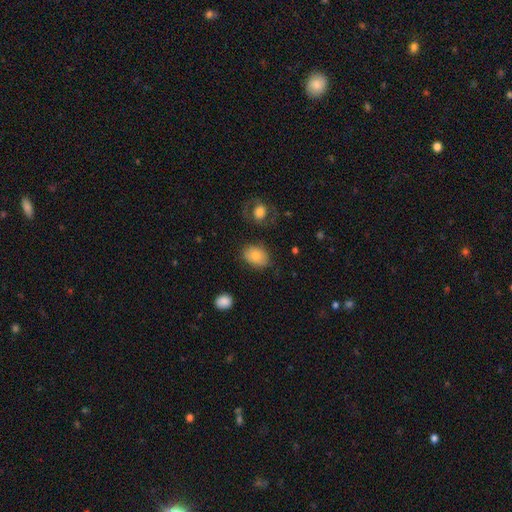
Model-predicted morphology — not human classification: Smooth or featured? Predicted: smooth (p=0.79). How rounded? Predicted: in between (p=0.74). Merging? Predicted: none (p=0.74).